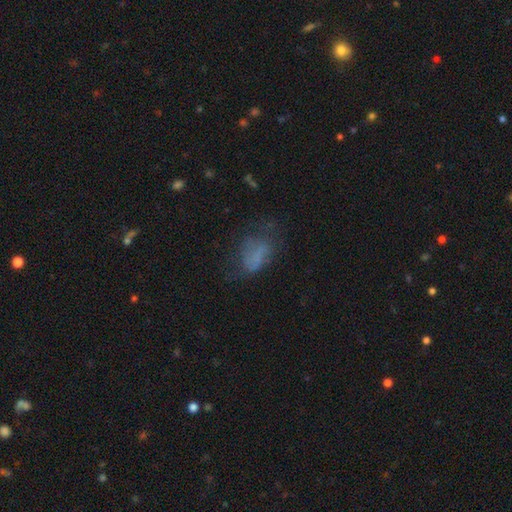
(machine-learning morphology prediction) smooth_or_featured: smooth (p=0.56) [alt: featured or disk p=0.26]
how_rounded: in between (p=0.85) [alt: round p=0.11]
merging: none (p=0.40) [alt: major disturbance p=0.31]